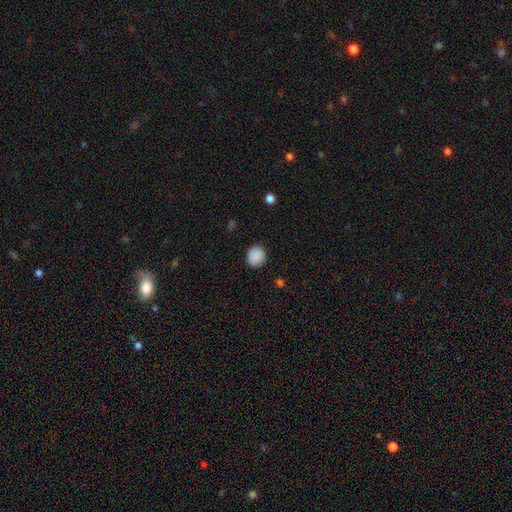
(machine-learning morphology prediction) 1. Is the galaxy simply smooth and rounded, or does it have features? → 89% smooth, 9% star or artifact, 3% featured or disk.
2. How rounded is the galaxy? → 81% round, 18% in between, 1% cigar-shaped.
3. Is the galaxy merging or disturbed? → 88% none, 8% minor disturbance, 2% major disturbance, 1% merger.